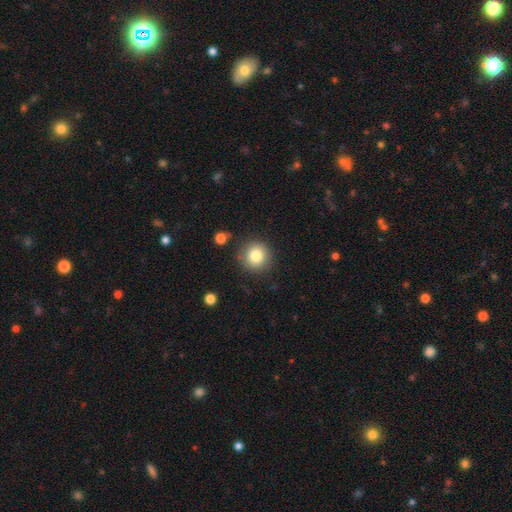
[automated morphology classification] smooth-or-featured: smooth: 82% | star or artifact: 10% | featured or disk: 8%
  how-rounded: round: 93% | in between: 6% | cigar-shaped: 1%
  merging: none: 86% | minor disturbance: 9% | major disturbance: 3% | merger: 3%